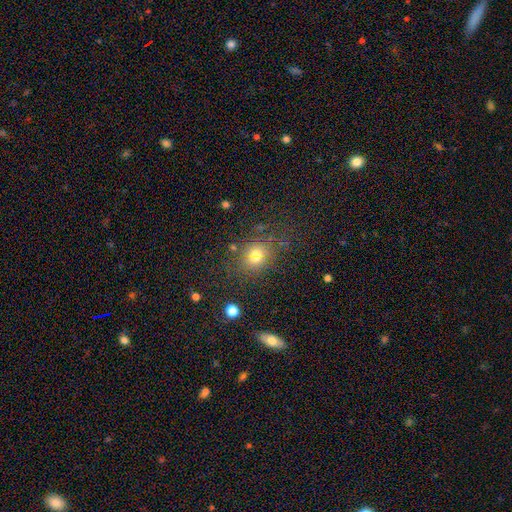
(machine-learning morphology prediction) smooth-or-featured: smooth: 68% | star or artifact: 20% | featured or disk: 12%
  how-rounded: round: 60% | in between: 39% | cigar-shaped: 2%
  merging: none: 69% | minor disturbance: 14% | merger: 10% | major disturbance: 7%